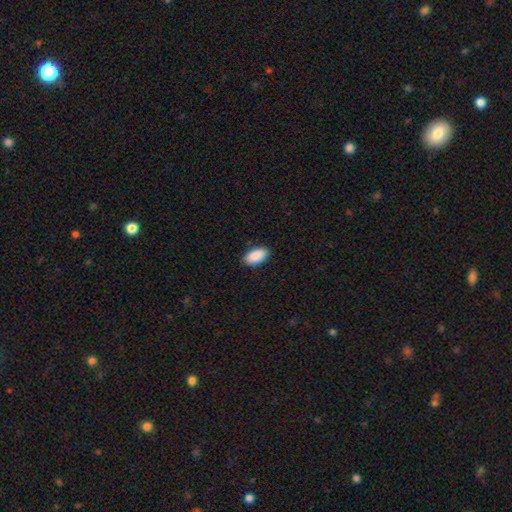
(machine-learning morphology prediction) smooth 91%, star or artifact 6%, featured or disk 3%. Down the decision tree: how rounded — in between (95%); merging — none (89%).